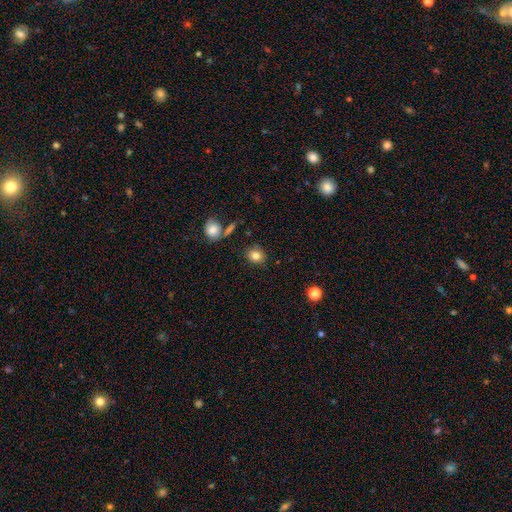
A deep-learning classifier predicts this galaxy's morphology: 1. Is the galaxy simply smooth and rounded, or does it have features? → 82% smooth, 11% star or artifact, 7% featured or disk.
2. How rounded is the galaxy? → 65% round, 34% in between, 1% cigar-shaped.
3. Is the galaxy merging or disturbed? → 82% none, 11% minor disturbance, 4% merger, 3% major disturbance.